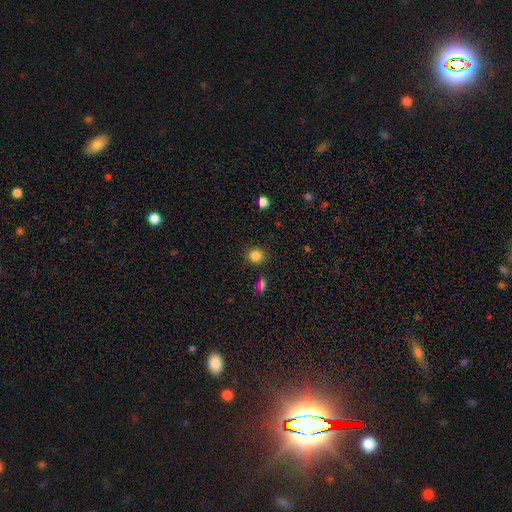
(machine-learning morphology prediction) Q: Smooth or featured?
A: smooth (84%); runner-up: star or artifact (11%)
Q: How rounded?
A: round (82%); runner-up: in between (17%)
Q: Merging?
A: none (87%); runner-up: minor disturbance (8%)